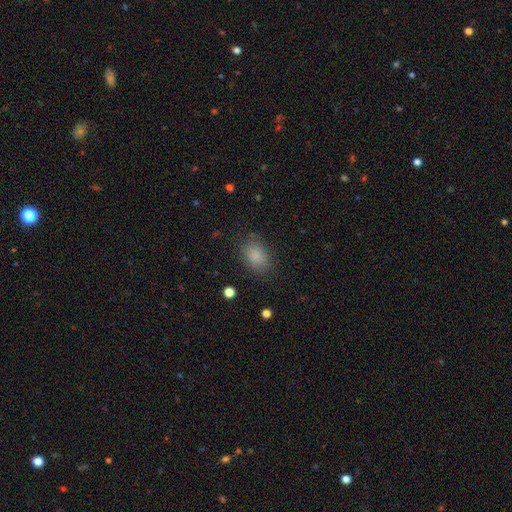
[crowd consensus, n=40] This is clearly a smooth galaxy (85%). How rounded: likely in between (74%). Merging: likely none (74%).